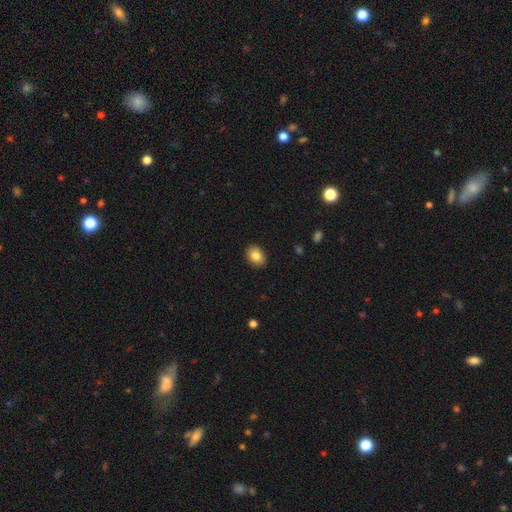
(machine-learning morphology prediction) The model was most divided on "how rounded": in between: 70%, round: 29%, cigar-shaped: 1%. More confident: merging — none (89%); smooth or featured — smooth (84%).